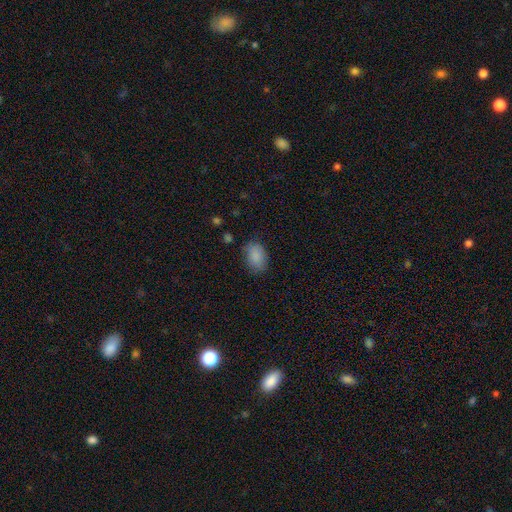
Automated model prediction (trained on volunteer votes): Morphology: type=smooth (87%); roundness=in between (82%); merging=none (77%).